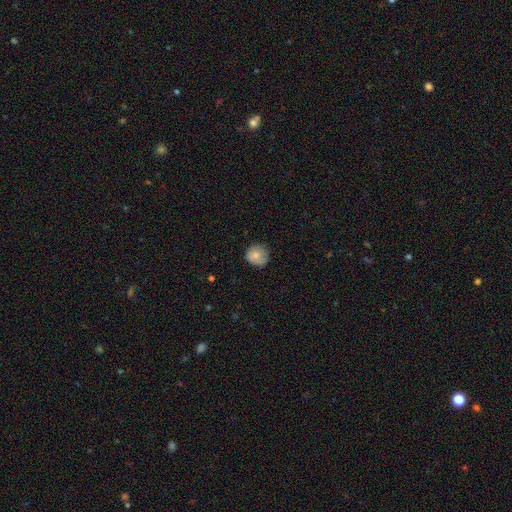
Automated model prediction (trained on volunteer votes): Q: Smooth or featured?
A: smooth (78%); runner-up: featured or disk (14%)
Q: How rounded?
A: round (90%); runner-up: in between (9%)
Q: Merging?
A: none (77%); runner-up: minor disturbance (18%)